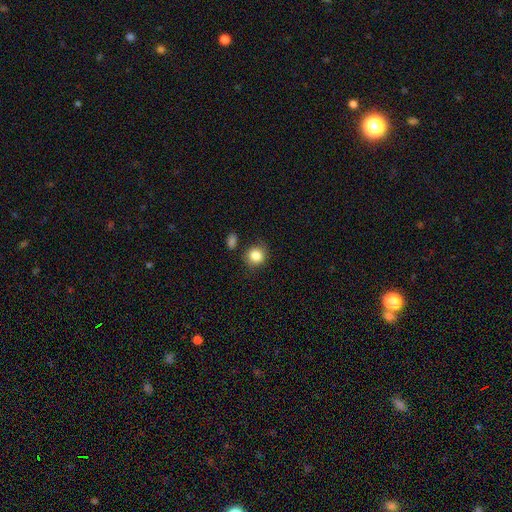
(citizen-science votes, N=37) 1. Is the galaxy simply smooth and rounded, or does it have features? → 86% smooth, 14% featured or disk, 0% star or artifact.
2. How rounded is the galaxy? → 91% round, 9% in between, 0% cigar-shaped.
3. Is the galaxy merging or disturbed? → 78% none, 14% minor disturbance, 5% major disturbance, 3% merger.